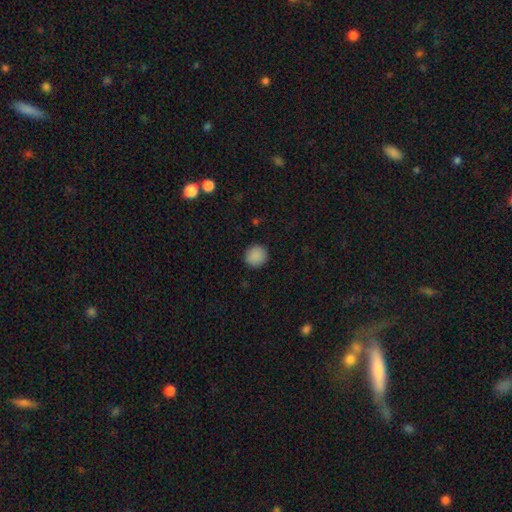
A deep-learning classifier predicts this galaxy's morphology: Smooth or featured? smooth (89%)
How rounded? round (93%)
Merging? none (92%)